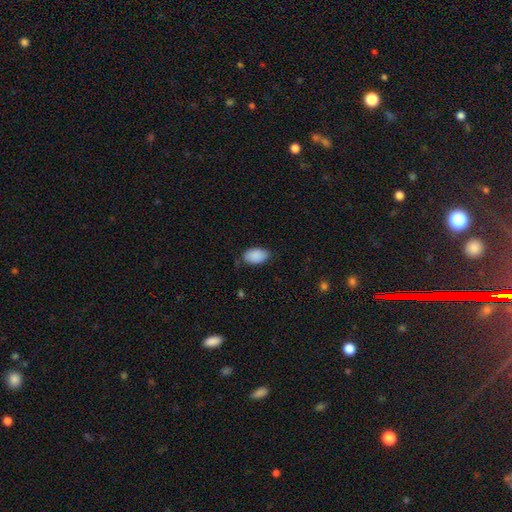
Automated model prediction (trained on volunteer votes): A smooth galaxy with no disk features (90%) that is in between round and cigar-shaped (94%). Merging: none (81%).